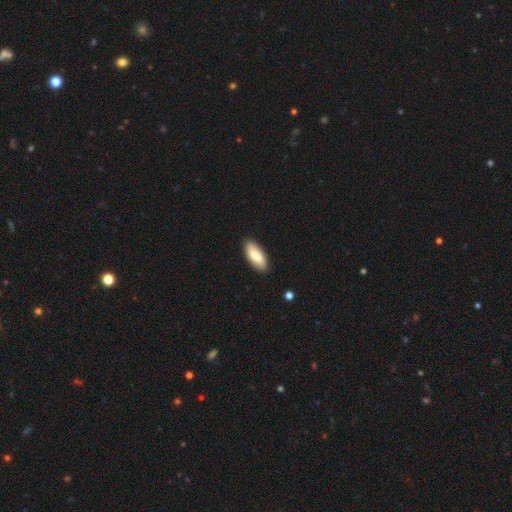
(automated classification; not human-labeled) Overall: smooth (75%). How rounded: in between (85%). Merging: none (87%).